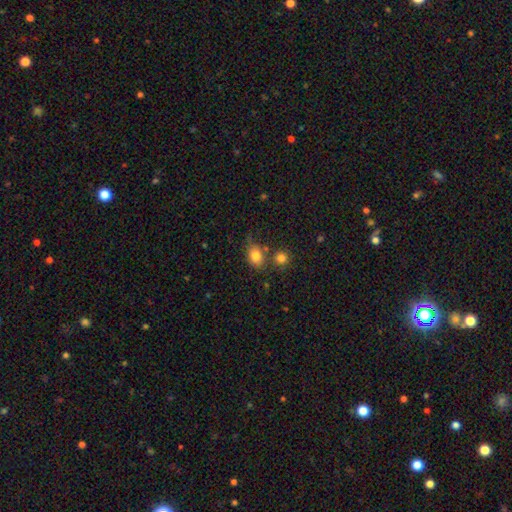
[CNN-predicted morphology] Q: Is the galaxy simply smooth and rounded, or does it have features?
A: smooth — 82%.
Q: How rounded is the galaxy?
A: in between — 62%.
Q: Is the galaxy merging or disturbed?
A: none — 60%.